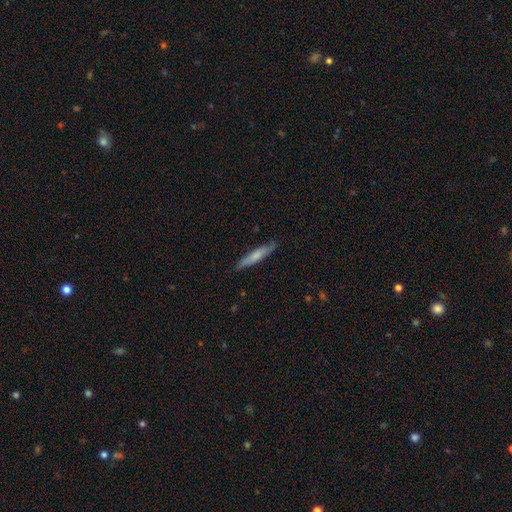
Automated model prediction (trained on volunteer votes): Smooth or featured? smooth (63%)
How rounded? cigar-shaped (89%)
Merging? none (85%)